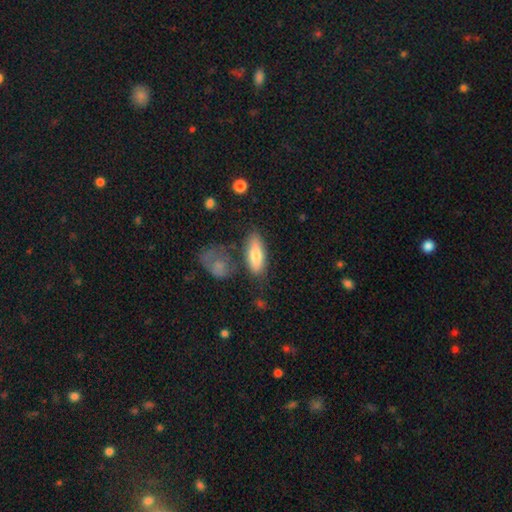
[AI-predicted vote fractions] Smooth or featured?
  - smooth: 76% *
  - featured or disk: 18%
  - star or artifact: 6%
How rounded?
  - in between: 69% *
  - cigar-shaped: 29%
  - round: 3%
Merging?
  - none: 68% *
  - minor disturbance: 17%
  - merger: 8%
  - major disturbance: 6%